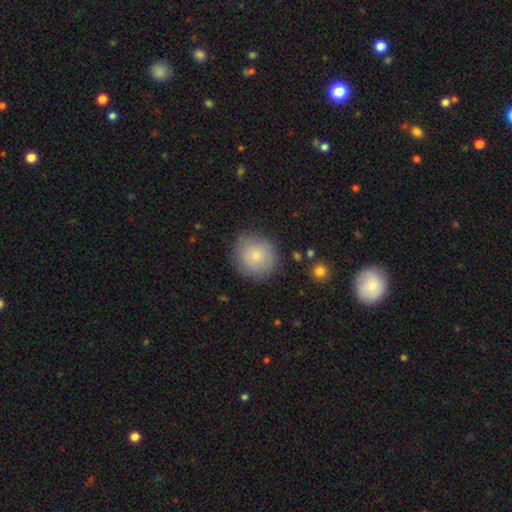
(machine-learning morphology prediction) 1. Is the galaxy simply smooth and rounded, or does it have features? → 80% smooth, 13% featured or disk, 7% star or artifact.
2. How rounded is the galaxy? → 88% round, 11% in between, 1% cigar-shaped.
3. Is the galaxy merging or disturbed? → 80% none, 14% minor disturbance, 4% major disturbance, 2% merger.